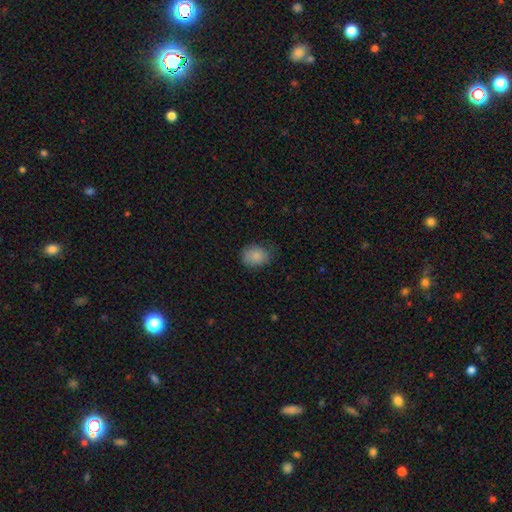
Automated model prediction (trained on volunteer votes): Morphology: type=smooth (86%); roundness=in between (57%); merging=none (72%).